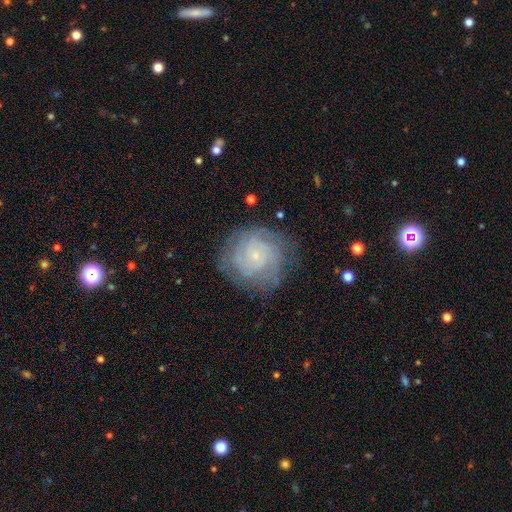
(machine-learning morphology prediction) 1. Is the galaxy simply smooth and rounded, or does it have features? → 76% featured or disk, 17% smooth, 7% star or artifact.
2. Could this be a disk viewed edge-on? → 98% no, 2% yes.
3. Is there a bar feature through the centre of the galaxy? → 80% no, 17% weak, 3% strong.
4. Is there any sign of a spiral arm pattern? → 93% yes, 7% no.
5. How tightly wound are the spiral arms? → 71% tight, 23% medium, 6% loose.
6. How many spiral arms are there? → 37% can't tell, 18% 3, 17% 4, 15% 2, 7% more than 4, 6% 1.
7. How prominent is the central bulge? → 86% small, 8% moderate, 4% none, 1% large, 1% dominant.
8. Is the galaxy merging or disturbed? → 75% none, 16% minor disturbance, 7% major disturbance, 1% merger.